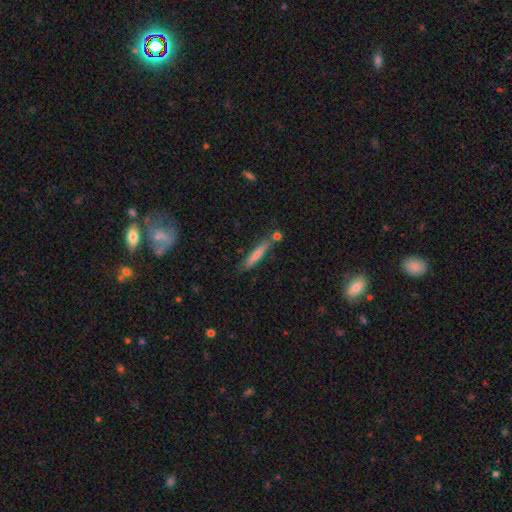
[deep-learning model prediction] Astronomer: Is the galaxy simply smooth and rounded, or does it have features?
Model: smooth — 67%.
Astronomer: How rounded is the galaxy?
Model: cigar-shaped — 93%.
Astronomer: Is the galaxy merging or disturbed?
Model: none — 77%.